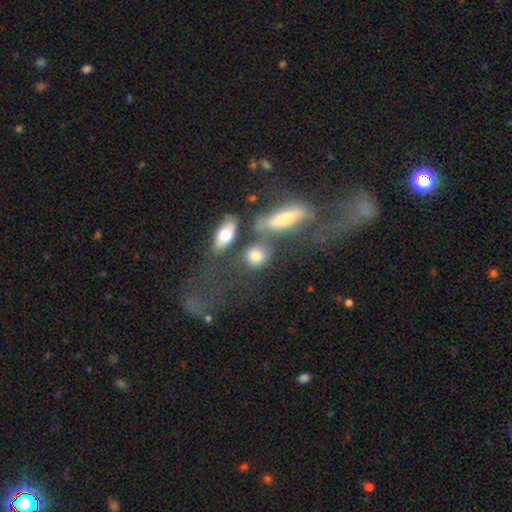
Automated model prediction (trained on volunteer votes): smooth_or_featured: smooth (p=0.75) [alt: featured or disk p=0.15]
how_rounded: in between (p=0.47) [alt: round p=0.43]
merging: none (p=0.46) [alt: merger p=0.30]